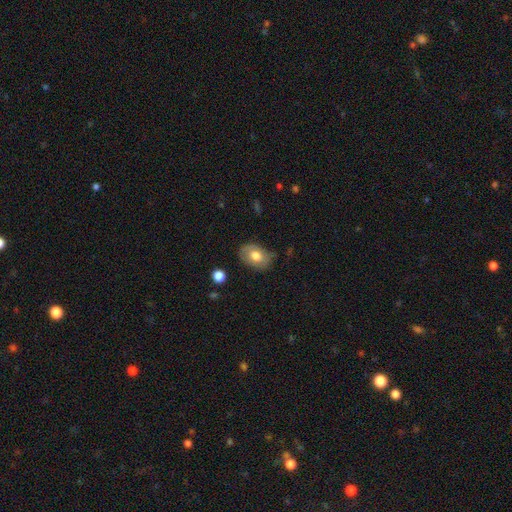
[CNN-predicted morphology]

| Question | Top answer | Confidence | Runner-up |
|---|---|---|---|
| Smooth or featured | smooth | 66% | featured or disk (27%) |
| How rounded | in between | 78% | round (21%) |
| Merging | none | 68% | minor disturbance (24%) |